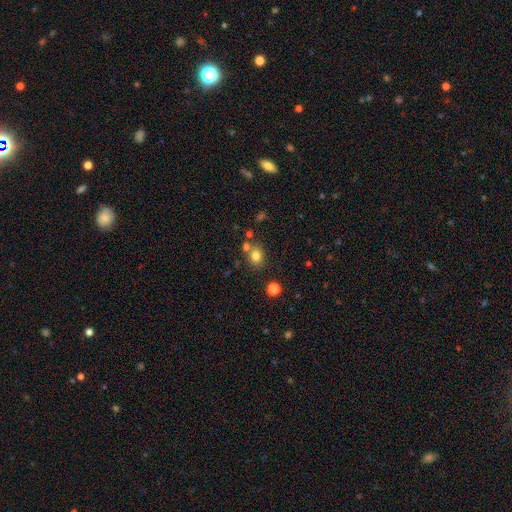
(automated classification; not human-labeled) Q: Smooth or featured?
A: smooth (79%); runner-up: star or artifact (13%)
Q: How rounded?
A: round (62%); runner-up: in between (37%)
Q: Merging?
A: none (66%); runner-up: merger (18%)